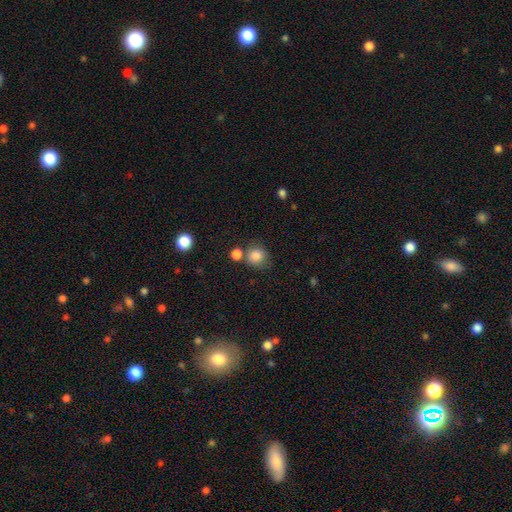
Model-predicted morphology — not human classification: Smooth or featured?
  - smooth: 85% *
  - star or artifact: 10%
  - featured or disk: 5%
How rounded?
  - round: 86% *
  - in between: 14%
  - cigar-shaped: 1%
Merging?
  - none: 65% *
  - merger: 17%
  - minor disturbance: 13%
  - major disturbance: 5%